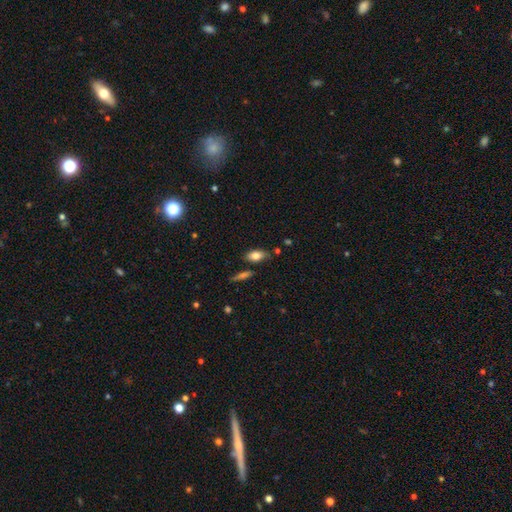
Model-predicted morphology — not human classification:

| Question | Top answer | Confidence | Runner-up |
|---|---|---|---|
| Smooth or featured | smooth | 78% | featured or disk (14%) |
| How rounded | in between | 88% | cigar-shaped (7%) |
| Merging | none | 73% | minor disturbance (16%) |